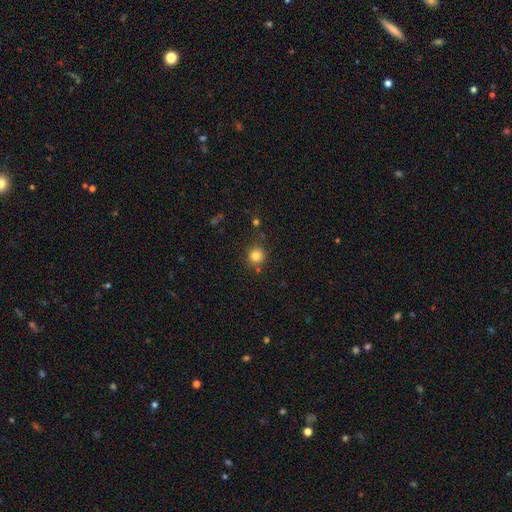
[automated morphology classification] smooth 81%, star or artifact 13%, featured or disk 7%. Down the decision tree: how rounded — round (92%); merging — none (82%).